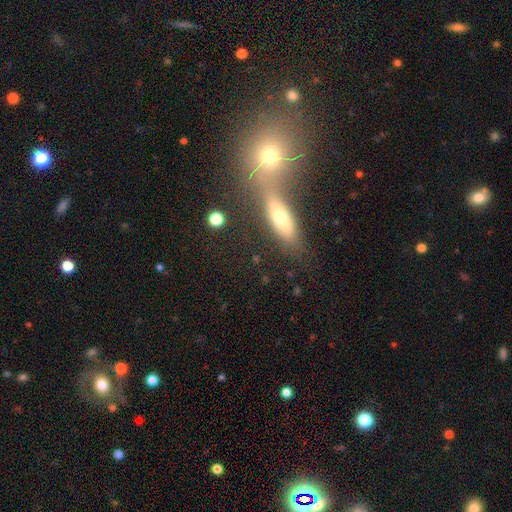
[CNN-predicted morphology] This is possibly a smooth galaxy (54%). How rounded: possibly in between (56%). Merging: marginally merger (44%).